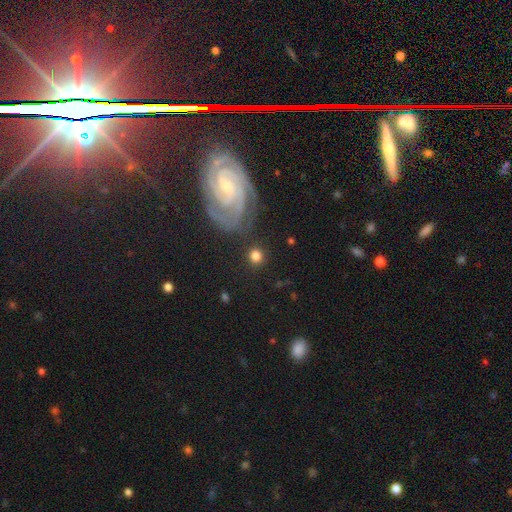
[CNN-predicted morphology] Smooth or featured? smooth (75%)
How rounded? round (91%)
Merging? none (87%)